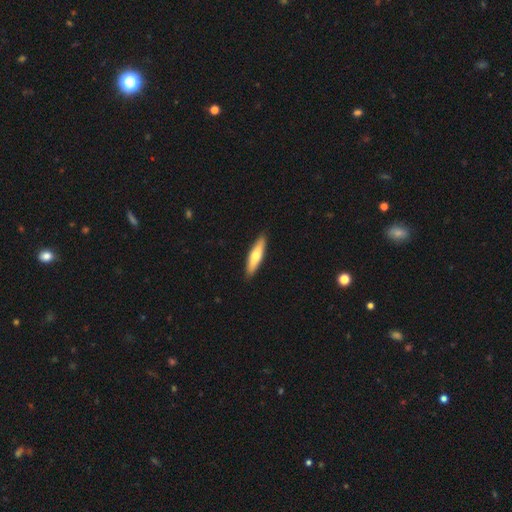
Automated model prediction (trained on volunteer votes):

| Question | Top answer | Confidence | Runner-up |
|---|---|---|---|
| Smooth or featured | smooth | 60% | featured or disk (35%) |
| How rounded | cigar-shaped | 75% | in between (23%) |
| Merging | none | 91% | minor disturbance (7%) |